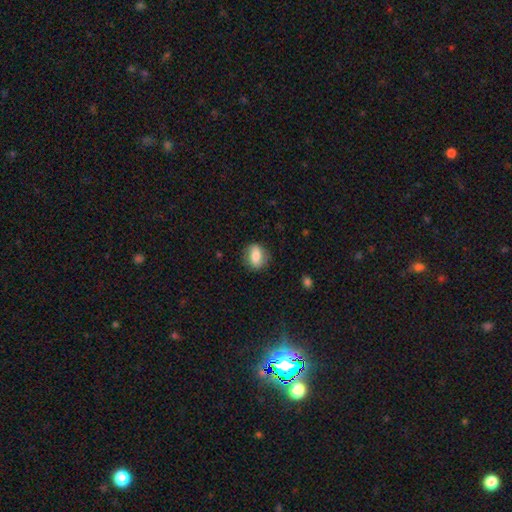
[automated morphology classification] Smooth or featured? Predicted: smooth (p=0.77). How rounded? Predicted: in between (p=0.64). Merging? Predicted: none (p=0.81).